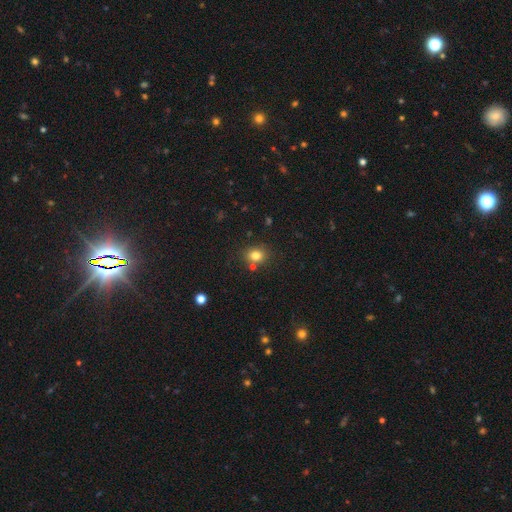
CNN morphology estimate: The model was most divided on "how rounded": round: 65%, in between: 35%, cigar-shaped: 1%. More confident: smooth or featured — smooth (80%); merging — none (75%).